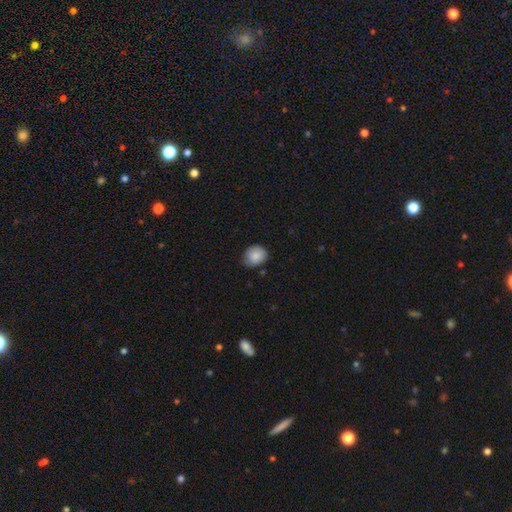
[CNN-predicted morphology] Q: Smooth or featured?
A: smooth (86%); runner-up: star or artifact (7%)
Q: How rounded?
A: round (64%); runner-up: in between (35%)
Q: Merging?
A: none (70%); runner-up: minor disturbance (25%)